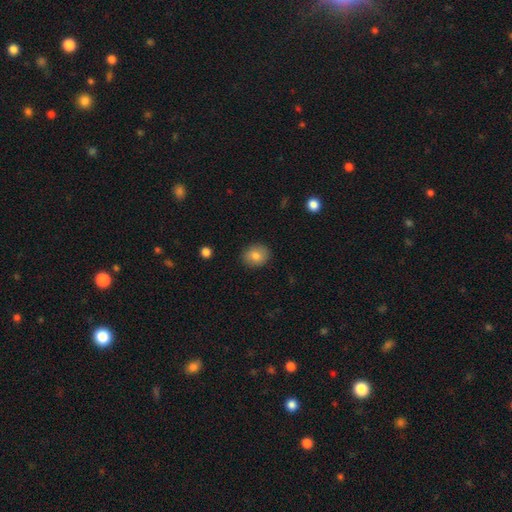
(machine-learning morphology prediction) This is clearly a smooth galaxy (81%). How rounded: likely round (63%). Merging: clearly none (88%).